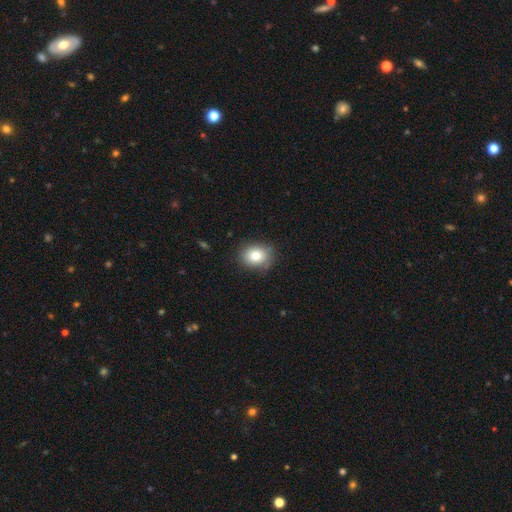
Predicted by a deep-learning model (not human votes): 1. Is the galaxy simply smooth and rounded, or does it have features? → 80% smooth, 10% featured or disk, 10% star or artifact.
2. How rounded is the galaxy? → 56% round, 43% in between, 1% cigar-shaped.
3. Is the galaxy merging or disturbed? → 82% none, 14% minor disturbance, 3% major disturbance, 1% merger.